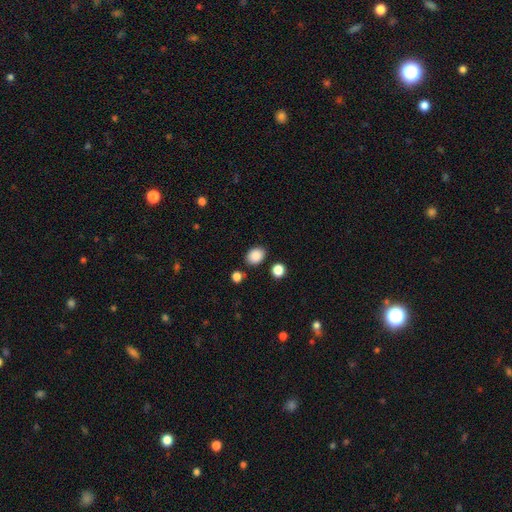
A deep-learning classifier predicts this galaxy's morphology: Smooth or featured? Predicted: smooth (p=0.87). How rounded? Predicted: in between (p=0.66). Merging? Predicted: none (p=0.83).